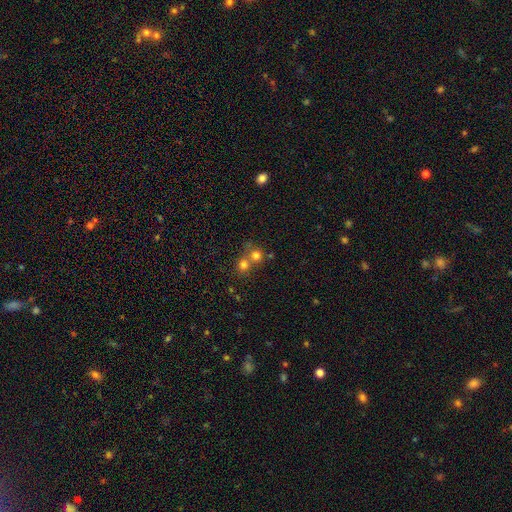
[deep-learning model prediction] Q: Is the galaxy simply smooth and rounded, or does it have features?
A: smooth — 75%.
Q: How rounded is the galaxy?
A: round — 87%.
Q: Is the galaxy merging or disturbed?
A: merger — 48%.